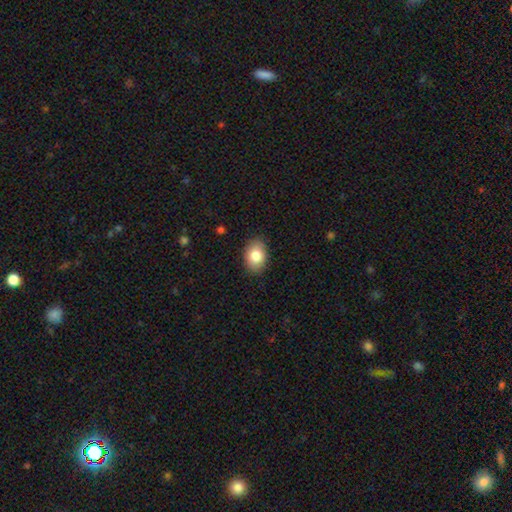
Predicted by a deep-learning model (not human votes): A smooth galaxy with no disk features (83%) that is in between round and cigar-shaped (80%). Merging: none (87%).